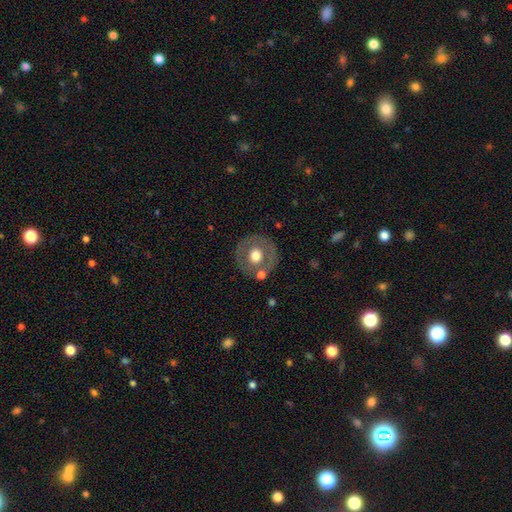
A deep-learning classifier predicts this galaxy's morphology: Smooth or featured?
  - smooth: 53% *
  - featured or disk: 40%
  - star or artifact: 7%
How rounded?
  - round: 91% *
  - in between: 8%
  - cigar-shaped: 1%
Merging?
  - none: 78% *
  - minor disturbance: 11%
  - merger: 7%
  - major disturbance: 5%